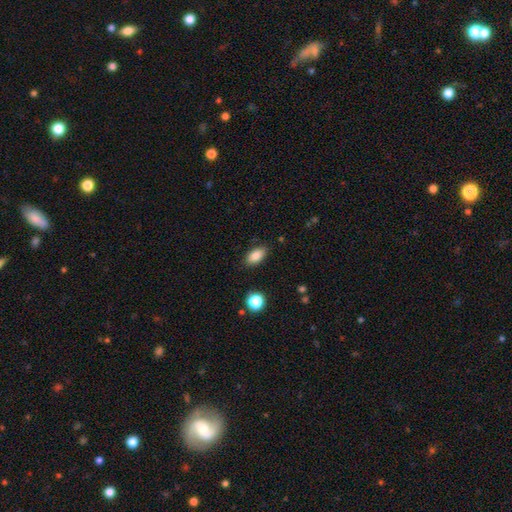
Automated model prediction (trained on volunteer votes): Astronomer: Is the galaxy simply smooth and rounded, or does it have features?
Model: smooth — 84%.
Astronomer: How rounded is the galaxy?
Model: in between — 90%.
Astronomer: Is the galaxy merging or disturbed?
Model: none — 85%.